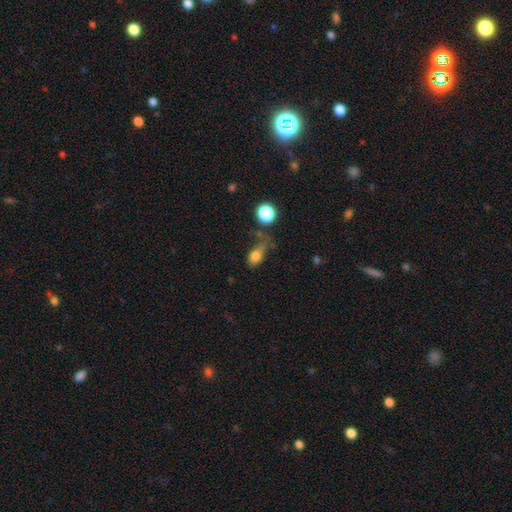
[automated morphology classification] Smooth or featured? Predicted: smooth (p=0.78). How rounded? Predicted: in between (p=0.79). Merging? Predicted: none (p=0.39).